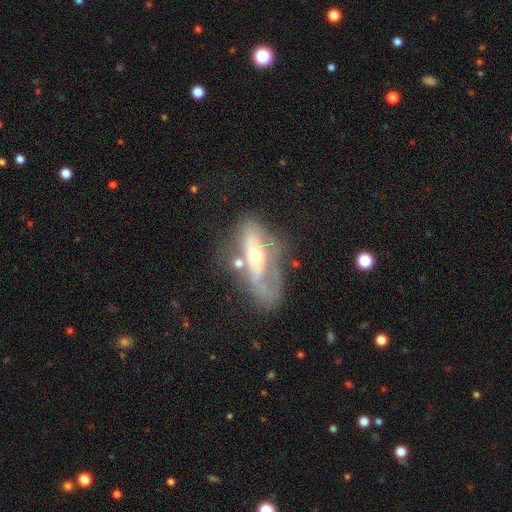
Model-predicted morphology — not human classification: featured or disk 65%, smooth 28%, star or artifact 7%. Down the decision tree: edge-on disk — no (79%); bar — no (65%); spiral arms — no (60%); bulge size — moderate (62%); merging — major disturbance (33%).